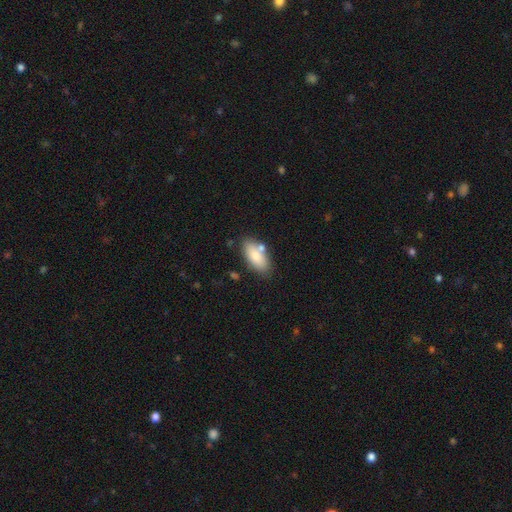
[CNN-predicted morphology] Overall: smooth (81%). How rounded: in between (88%). Merging: none (73%).